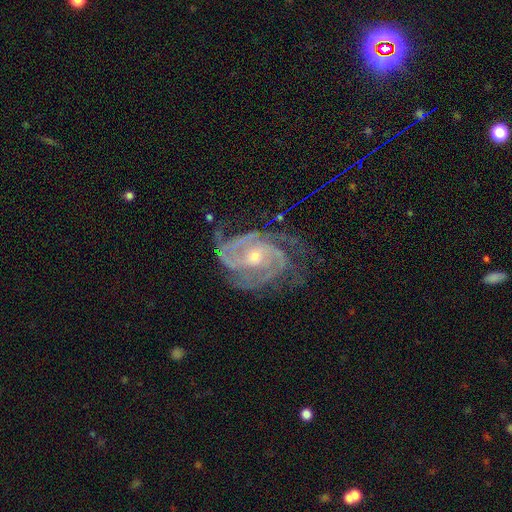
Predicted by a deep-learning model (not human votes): This appears to be a featured or disk galaxy (91%) with no bar (58%), 3 (34%) tight (59%) spiral arms (98%) and a small central bulge (56%). Merging: none (63%).